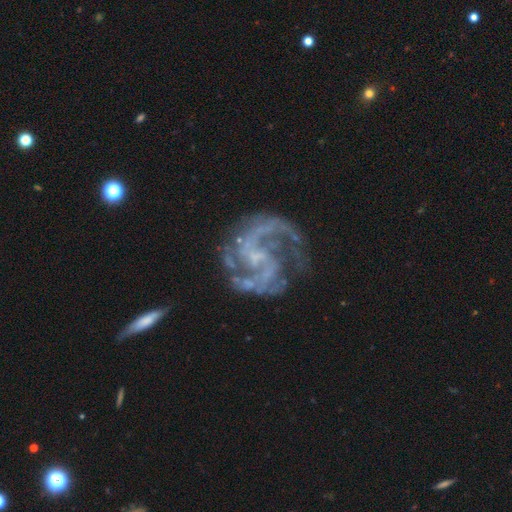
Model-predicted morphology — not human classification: Q: Smooth or featured?
A: featured or disk (91%); runner-up: star or artifact (6%)
Q: Edge-on disk?
A: no (98%); runner-up: yes (2%)
Q: Bar?
A: weak (44%); runner-up: no (41%)
Q: Spiral arms?
A: yes (97%); runner-up: no (3%)
Q: Spiral winding?
A: medium (56%); runner-up: tight (25%)
Q: Spiral arm count?
A: 2 (69%); runner-up: 3 (11%)
Q: Bulge size?
A: small (54%); runner-up: none (33%)
Q: Merging?
A: none (64%); runner-up: minor disturbance (17%)